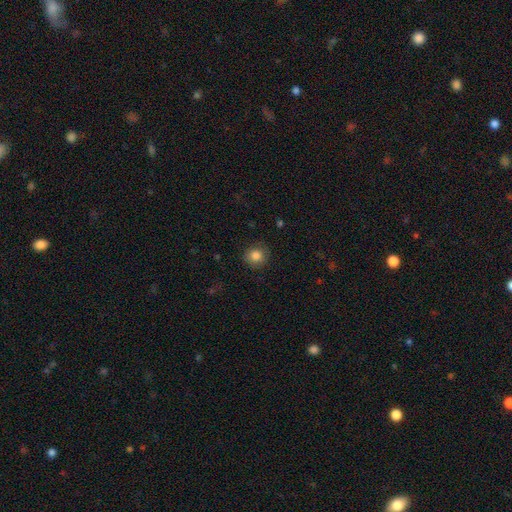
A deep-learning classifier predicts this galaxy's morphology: A smooth galaxy with no disk features (84%) that is round (88%). Merging: none (87%).